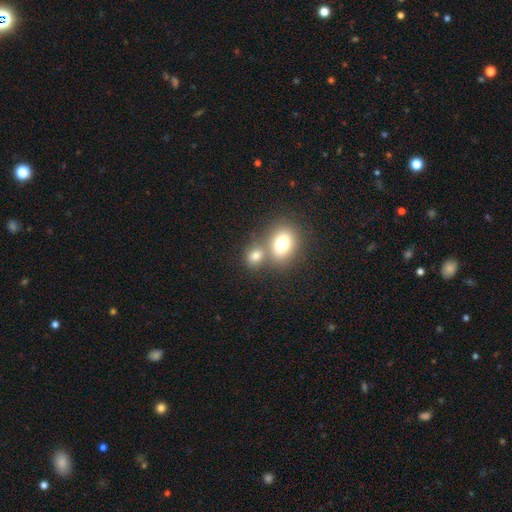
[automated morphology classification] This appears to be a smooth galaxy with no disk features (74%) that is round (59%). Merging: none (46%).